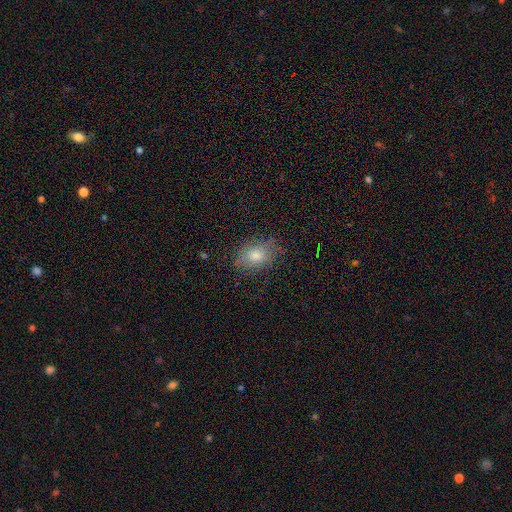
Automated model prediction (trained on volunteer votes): Smooth or featured? smooth (75%)
How rounded? in between (74%)
Merging? none (77%)